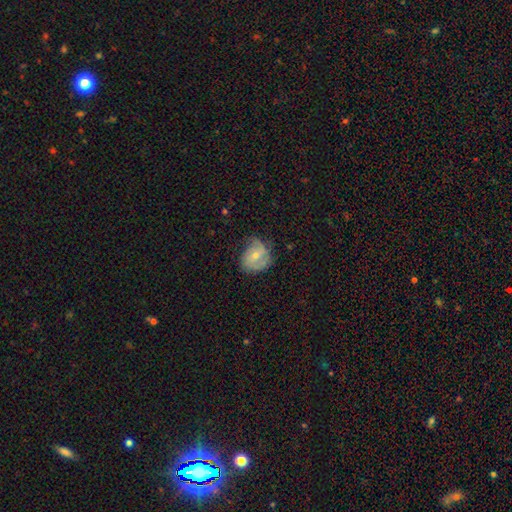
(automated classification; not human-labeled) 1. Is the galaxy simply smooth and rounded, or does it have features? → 51% featured or disk, 42% smooth, 8% star or artifact.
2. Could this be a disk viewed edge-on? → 97% no, 3% yes.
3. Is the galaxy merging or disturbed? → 49% none, 33% minor disturbance, 17% major disturbance, 2% merger.